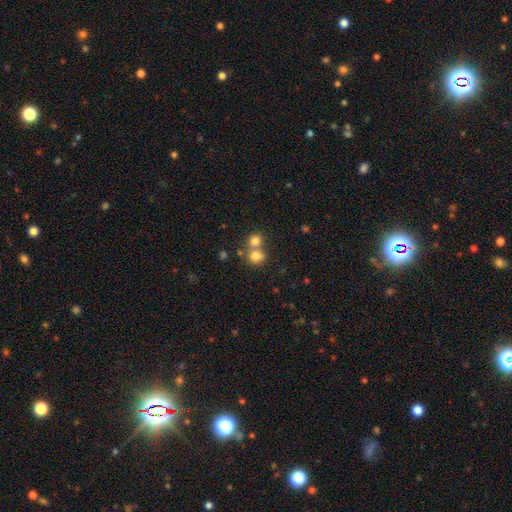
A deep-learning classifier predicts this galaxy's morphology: type=smooth (76%); roundness=round (81%); merging=merger (51%).